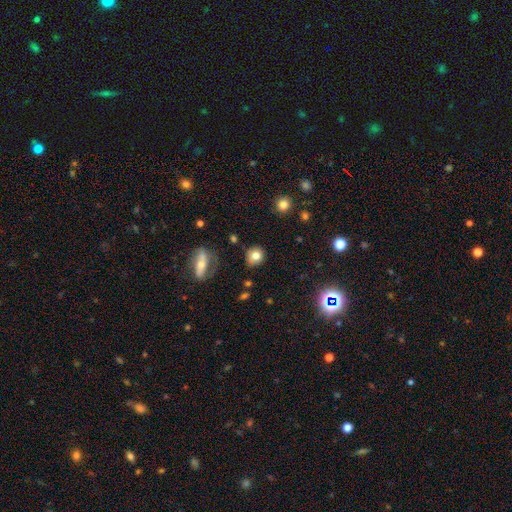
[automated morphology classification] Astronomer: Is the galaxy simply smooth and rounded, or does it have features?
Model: smooth — 78%.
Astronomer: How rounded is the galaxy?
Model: round — 80%.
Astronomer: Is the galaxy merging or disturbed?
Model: none — 81%.